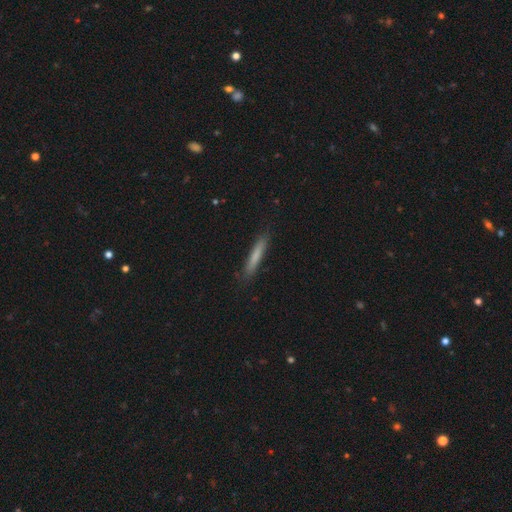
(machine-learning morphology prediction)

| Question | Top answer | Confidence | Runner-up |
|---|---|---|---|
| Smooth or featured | smooth | 75% | featured or disk (19%) |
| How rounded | cigar-shaped | 94% | in between (5%) |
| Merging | none | 87% | minor disturbance (10%) |